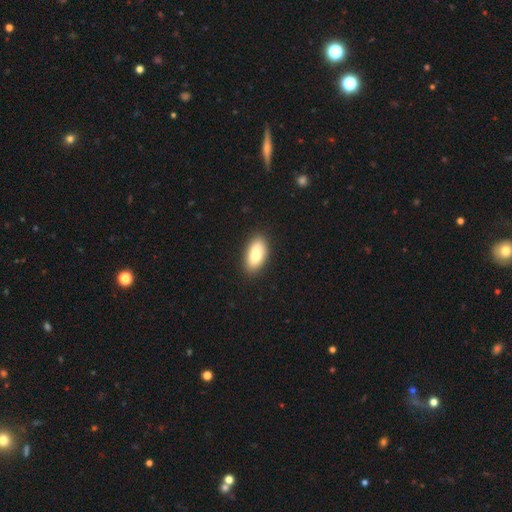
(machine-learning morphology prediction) Smooth or featured: smooth — 74% (featured or disk — 19%)
How rounded: in between — 91% (cigar-shaped — 5%)
Merging: none — 80% (minor disturbance — 13%)